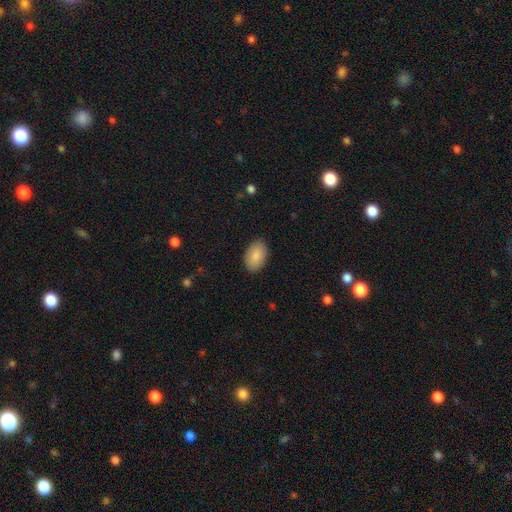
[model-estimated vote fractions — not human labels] This appears to be a smooth galaxy with no disk features (88%) that is in between round and cigar-shaped (92%). Merging: none (88%).